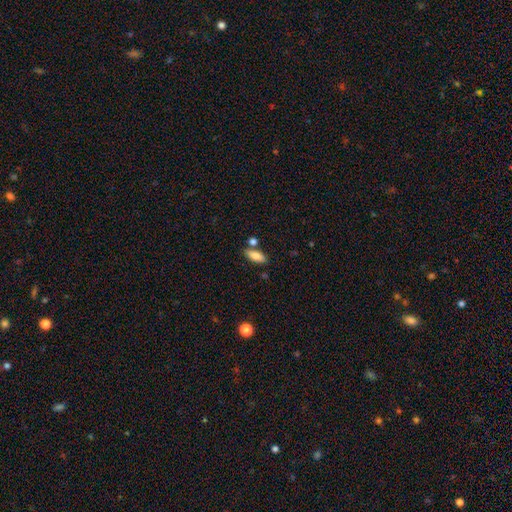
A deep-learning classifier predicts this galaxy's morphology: This appears to be a smooth galaxy with no disk features (84%) that is in between round and cigar-shaped (76%). Merging: none (73%).